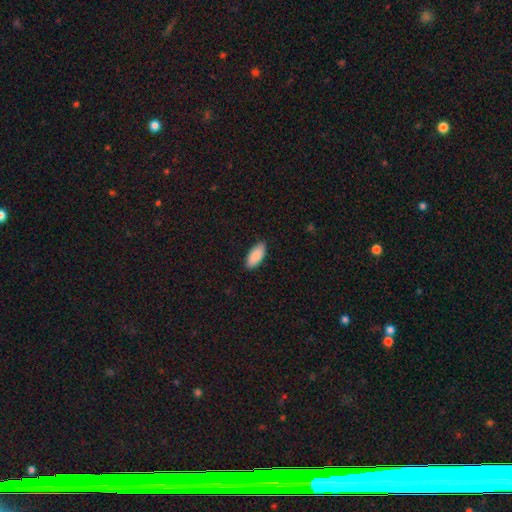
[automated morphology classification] This is clearly a smooth galaxy (89%). How rounded: clearly in between (87%). Merging: clearly none (87%).